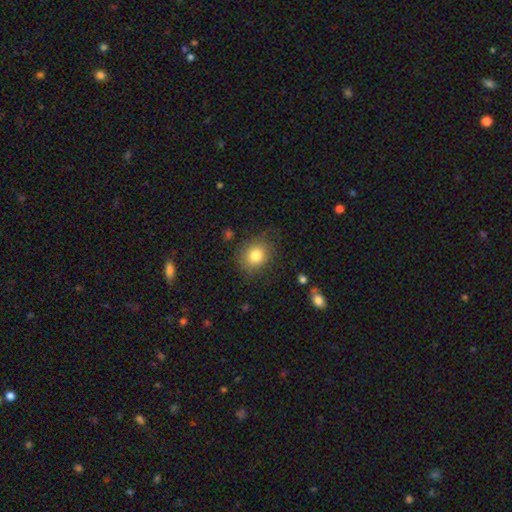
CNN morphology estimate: A smooth galaxy with no disk features (80%) that is round (68%).

Vote fractions:
- Smooth or featured? smooth: 80% / star or artifact: 11% / featured or disk: 10%
- How rounded? round: 68% / in between: 31% / cigar-shaped: 1%
- Merging? none: 77% / minor disturbance: 16% / major disturbance: 5% / merger: 2%